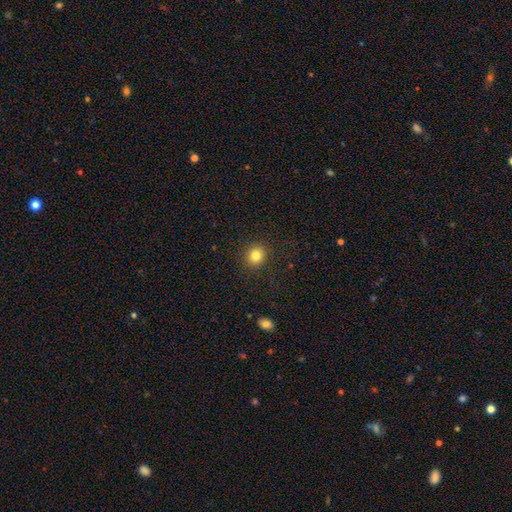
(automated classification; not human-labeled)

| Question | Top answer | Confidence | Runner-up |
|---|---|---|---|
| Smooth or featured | smooth | 82% | star or artifact (12%) |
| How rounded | round | 85% | in between (14%) |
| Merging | none | 90% | minor disturbance (6%) |